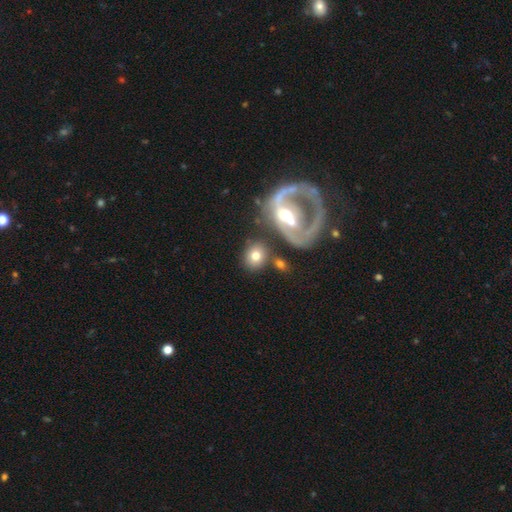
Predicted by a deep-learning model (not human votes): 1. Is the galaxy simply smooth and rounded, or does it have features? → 69% smooth, 23% featured or disk, 8% star or artifact.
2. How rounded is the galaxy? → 68% round, 31% in between, 1% cigar-shaped.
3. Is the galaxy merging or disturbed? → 64% none, 18% merger, 11% minor disturbance, 7% major disturbance.